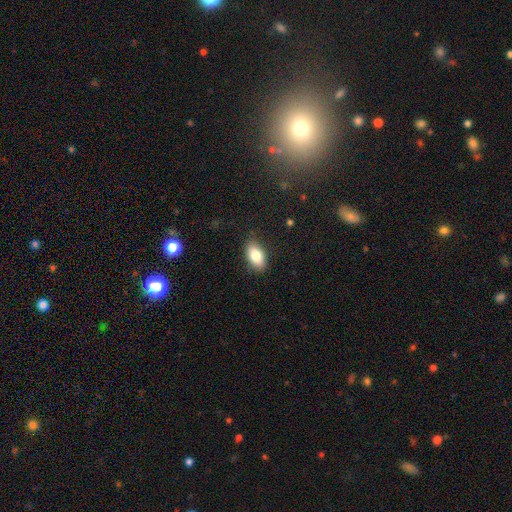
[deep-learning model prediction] A smooth galaxy with no disk features (83%) that is in between round and cigar-shaped (91%).

Vote fractions:
- Smooth or featured? smooth: 83% / featured or disk: 10% / star or artifact: 7%
- How rounded? in between: 91% / round: 5% / cigar-shaped: 4%
- Merging? none: 86% / minor disturbance: 11% / major disturbance: 3% / merger: 1%